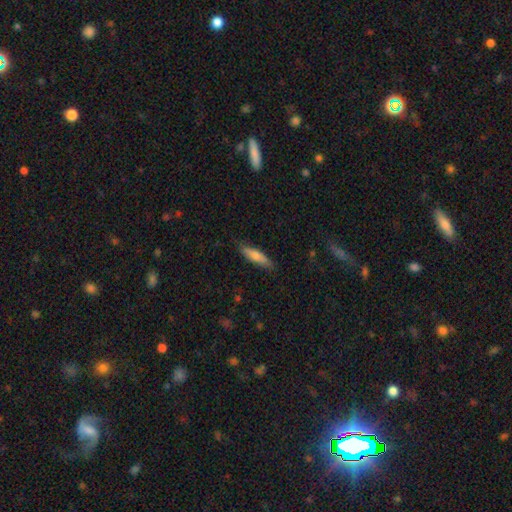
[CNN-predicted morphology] This appears to be a smooth galaxy with no disk features (72%) that is cigar-shaped (70%). Merging: none (83%).